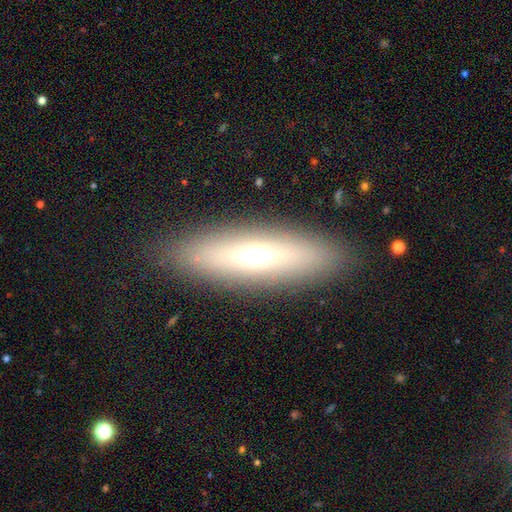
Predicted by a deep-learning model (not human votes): Smooth or featured? Predicted: smooth (p=0.54). How rounded? Predicted: cigar-shaped (p=0.53). Merging? Predicted: none (p=0.87).